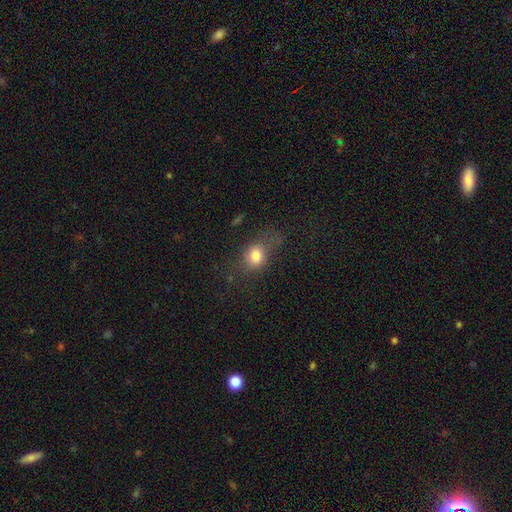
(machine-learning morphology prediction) The model was most divided on "how rounded": in between: 50%, round: 48%, cigar-shaped: 2%. More confident: smooth or featured — smooth (78%); merging — none (54%).